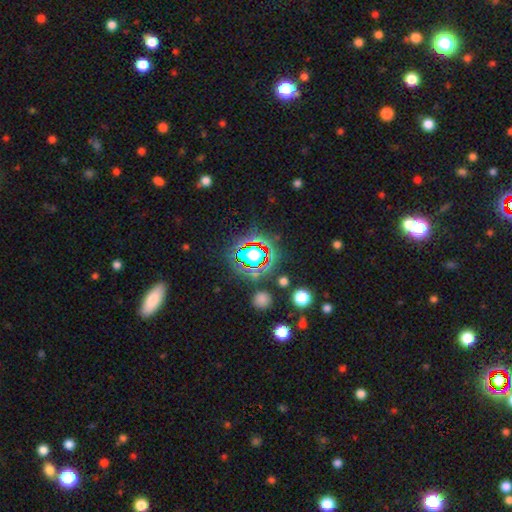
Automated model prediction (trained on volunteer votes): This appears to be a star or artifact, not a galaxy (66%).